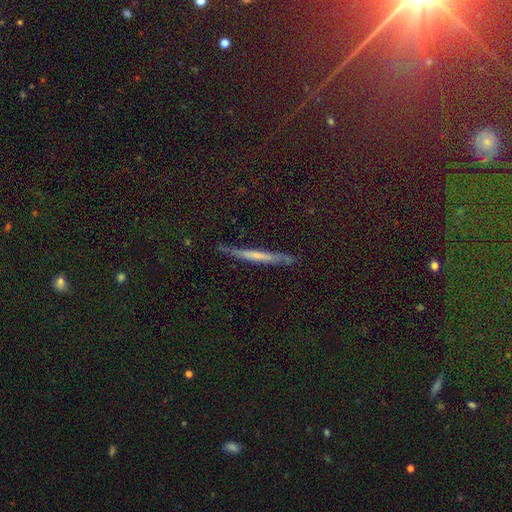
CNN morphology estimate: Overall: star or artifact (40%; featured or disk 30%).